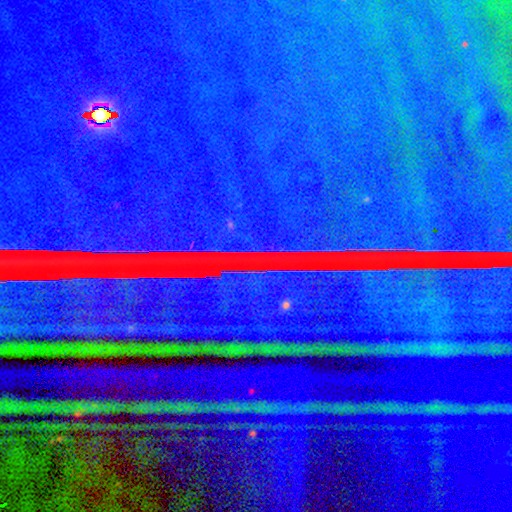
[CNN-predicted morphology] star or artifact 87%, featured or disk 8%, smooth 5%.